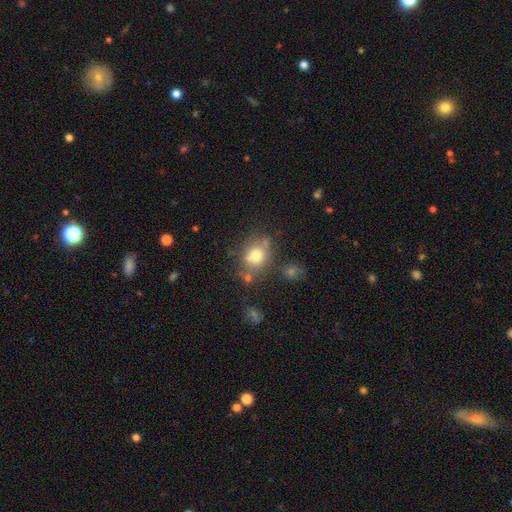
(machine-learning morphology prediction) The model was most divided on "how rounded": round: 63%, in between: 36%, cigar-shaped: 1%. More confident: smooth or featured — smooth (74%); merging — none (63%).